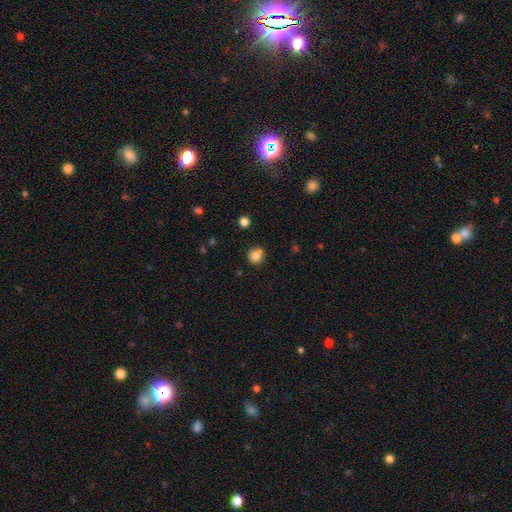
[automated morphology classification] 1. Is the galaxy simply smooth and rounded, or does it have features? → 83% smooth, 11% star or artifact, 6% featured or disk.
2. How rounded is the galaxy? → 88% round, 11% in between, 1% cigar-shaped.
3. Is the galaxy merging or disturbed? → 73% none, 14% minor disturbance, 9% merger, 3% major disturbance.